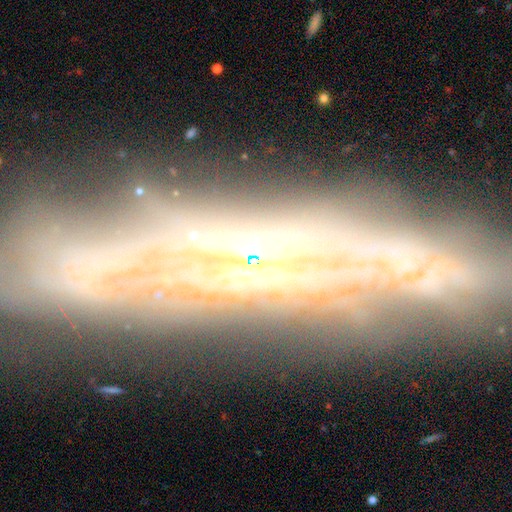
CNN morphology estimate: Smooth or featured: featured or disk — 65% (star or artifact — 18%)
Edge-on disk: yes — 64% (no — 36%)
Merging: none — 70% (minor disturbance — 19%)